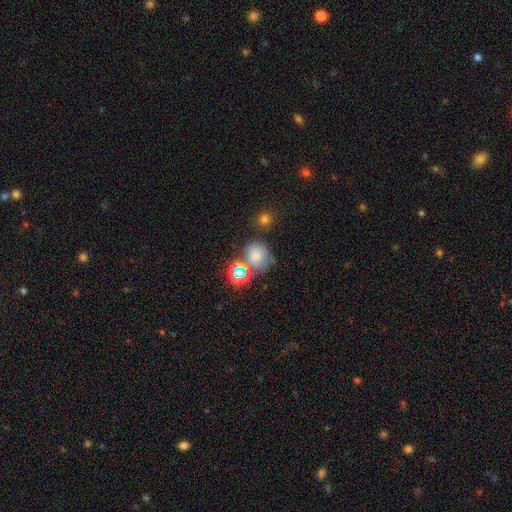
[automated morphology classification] Overall: smooth (68%). How rounded: round (78%). Merging: none (56%; merger 22%).